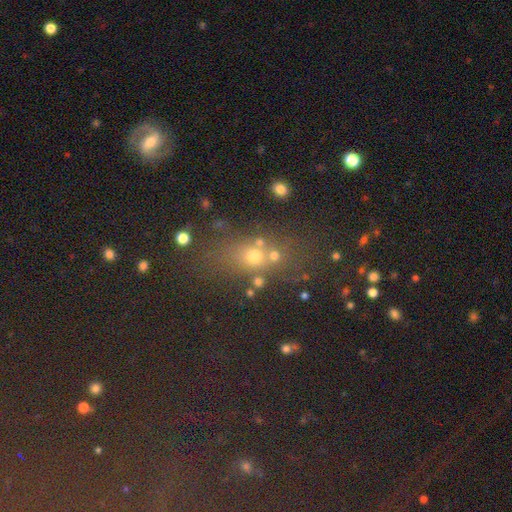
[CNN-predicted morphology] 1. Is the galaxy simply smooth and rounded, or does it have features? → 54% smooth, 31% star or artifact, 15% featured or disk.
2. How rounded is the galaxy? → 54% round, 37% in between, 10% cigar-shaped.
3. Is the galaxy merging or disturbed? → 61% none, 20% merger, 13% minor disturbance, 7% major disturbance.